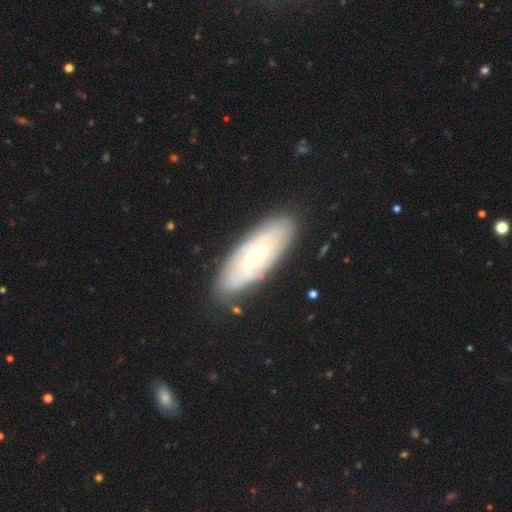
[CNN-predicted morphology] Smooth or featured? featured or disk (70%)
Edge-on disk? no (84%)
Bar? no (64%)
Spiral arms? yes (78%)
Bulge size? moderate (69%)
Merging? none (82%)